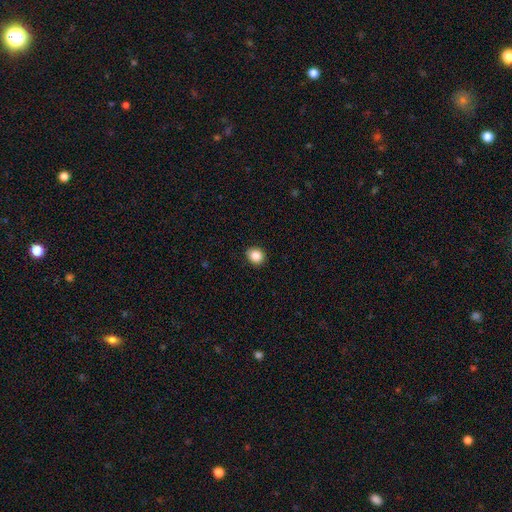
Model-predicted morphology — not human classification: A smooth galaxy with no disk features (86%) that is round (73%). Merging: none (90%).